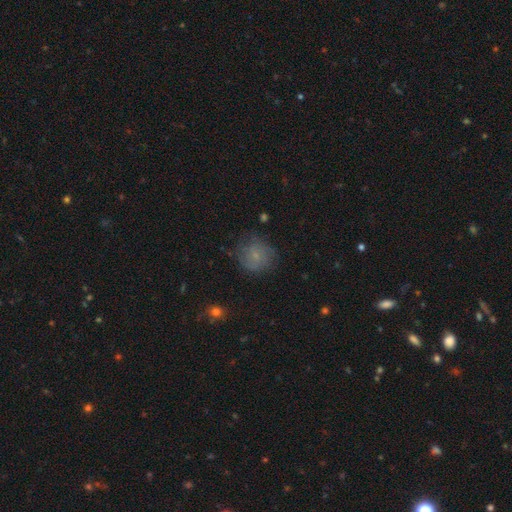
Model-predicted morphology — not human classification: This appears to be a smooth galaxy with no disk features (56%) that is round (85%). Merging: none (68%).